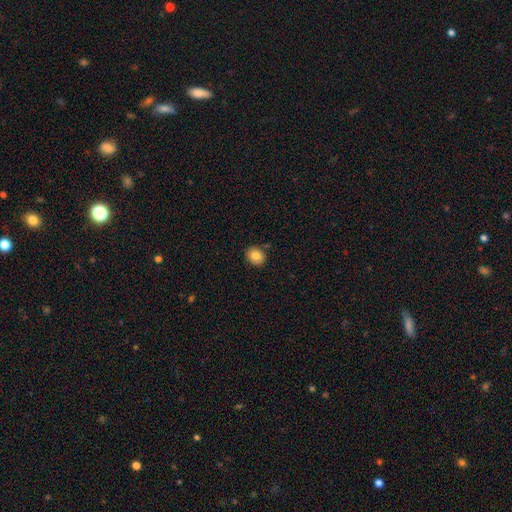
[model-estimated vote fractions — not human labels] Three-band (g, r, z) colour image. It shows a smooth galaxy with no disk features (82%) that is round (67%). Merging: none (84%).